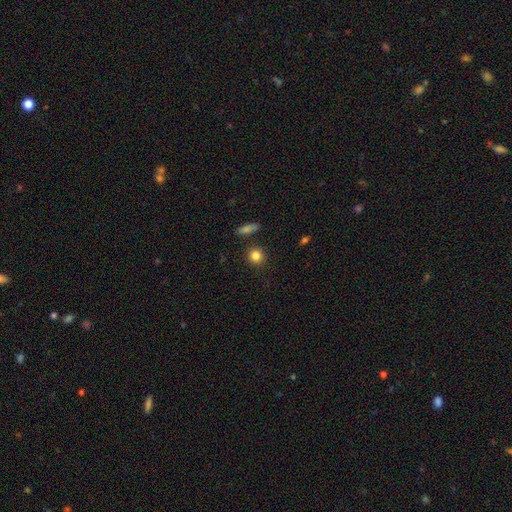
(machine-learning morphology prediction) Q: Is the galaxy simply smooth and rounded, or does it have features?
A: smooth — 84%.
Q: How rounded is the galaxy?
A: round — 89%.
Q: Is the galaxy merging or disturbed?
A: none — 86%.